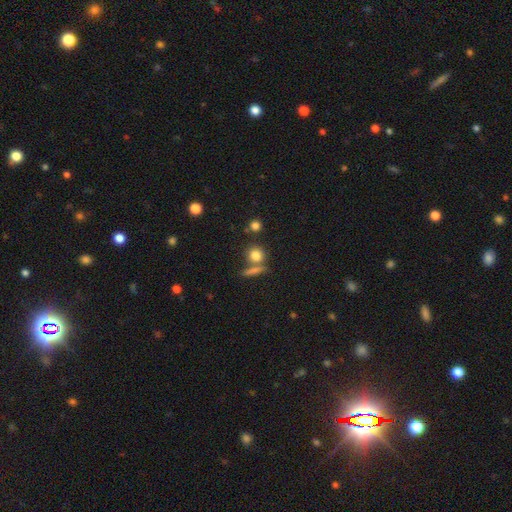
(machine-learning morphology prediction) Overall: smooth (80%). How rounded: round (80%). Merging: none (64%).